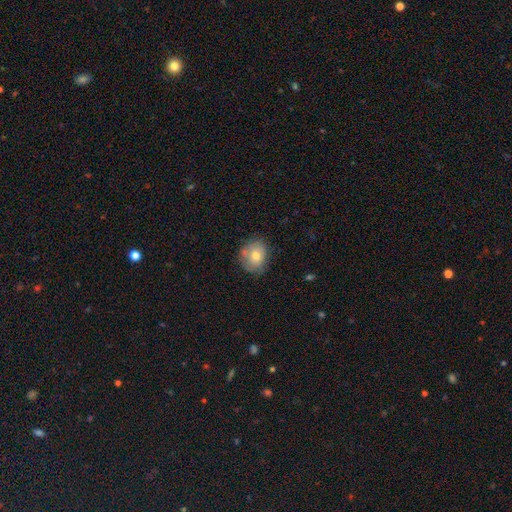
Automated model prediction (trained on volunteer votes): A smooth galaxy with no disk features (69%) that is round (63%).

Vote fractions:
- Smooth or featured? smooth: 69% / featured or disk: 22% / star or artifact: 9%
- How rounded? round: 63% / in between: 36% / cigar-shaped: 1%
- Merging? none: 70% / minor disturbance: 22% / major disturbance: 5% / merger: 2%